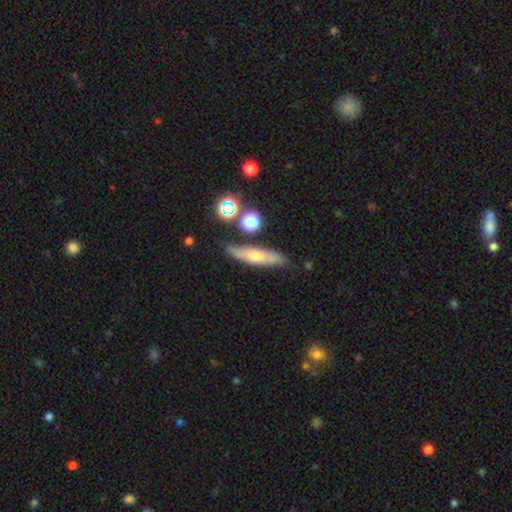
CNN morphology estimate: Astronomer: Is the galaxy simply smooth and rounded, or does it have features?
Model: smooth — 56% (runner-up: featured or disk, 35%).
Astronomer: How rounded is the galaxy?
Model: cigar-shaped — 74%.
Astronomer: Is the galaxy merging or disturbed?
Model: none — 76%.